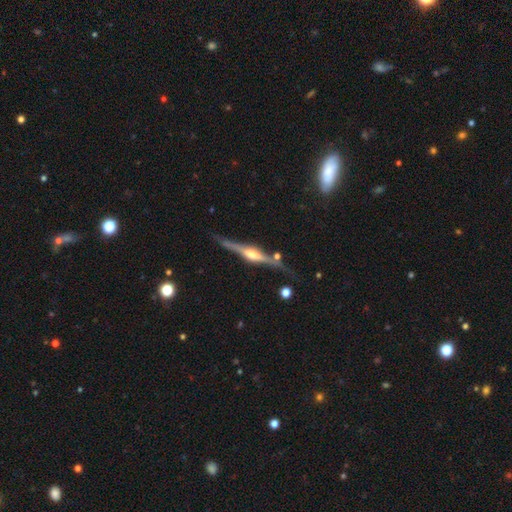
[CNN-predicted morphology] smooth-or-featured: featured or disk: 85% | smooth: 10% | star or artifact: 5%
  disk-edge-on: yes: 98% | no: 2%
    edge-on-bulge: rounded: 85% | boxy: 11% | none: 3%
  merging: none: 80% | minor disturbance: 13% | merger: 4% | major disturbance: 3%